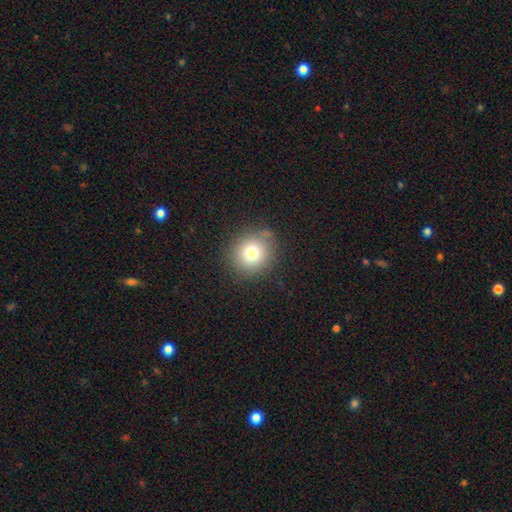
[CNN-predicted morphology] smooth_or_featured: smooth (p=0.76) [alt: star or artifact p=0.13]
how_rounded: round (p=0.88) [alt: in between p=0.11]
merging: none (p=0.84) [alt: minor disturbance p=0.10]